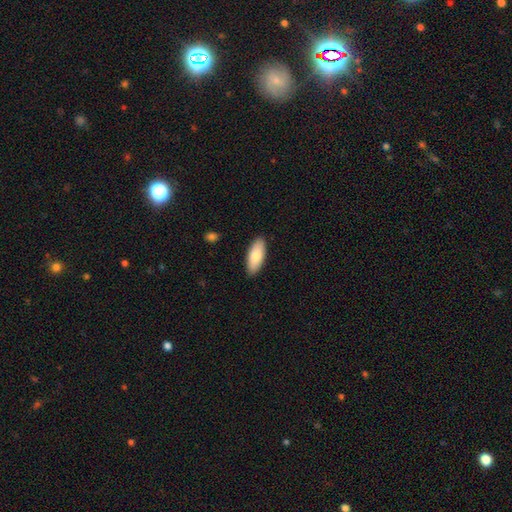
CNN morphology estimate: Smooth or featured? Predicted: smooth (p=0.81). How rounded? Predicted: in between (p=0.81). Merging? Predicted: none (p=0.89).